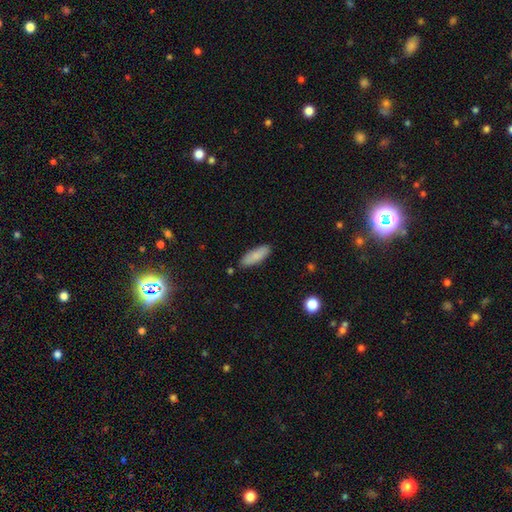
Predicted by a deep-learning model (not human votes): Smooth or featured: smooth — 84% (featured or disk — 9%)
How rounded: in between — 59% (cigar-shaped — 40%)
Merging: none — 84% (minor disturbance — 11%)